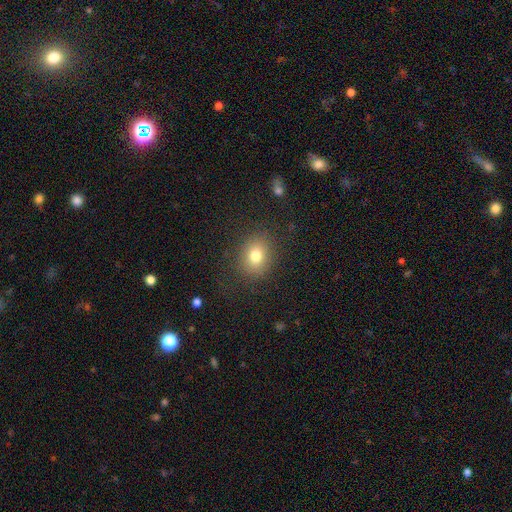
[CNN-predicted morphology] Smooth or featured? Predicted: smooth (p=0.78). How rounded? Predicted: round (p=0.52). Merging? Predicted: none (p=0.84).